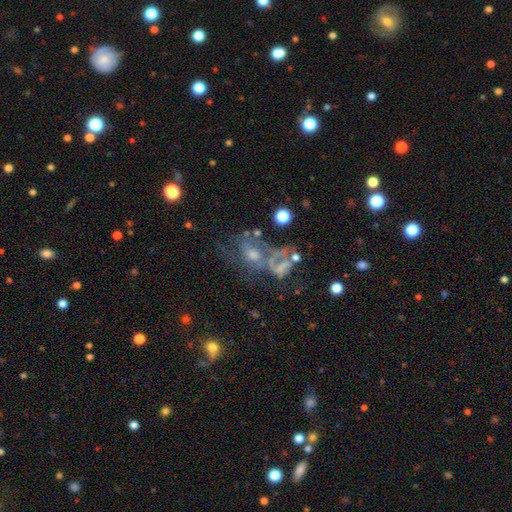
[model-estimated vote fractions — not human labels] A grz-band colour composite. It shows a featured or disk galaxy (52%). Merging: major disturbance (31%).